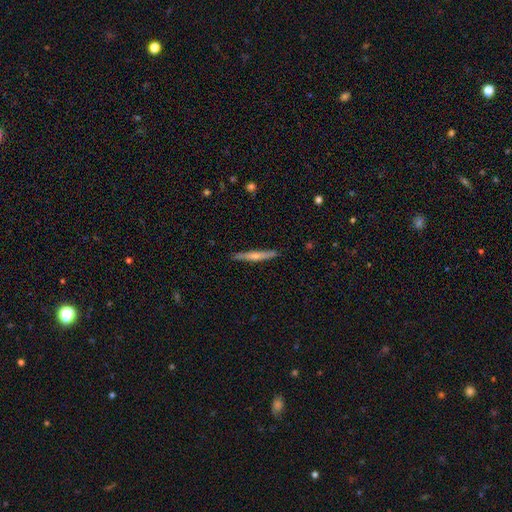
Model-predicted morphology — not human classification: The model was most divided on "smooth or featured": featured or disk: 49%, smooth: 46%, star or artifact: 6%. More confident: merging — none (88%).